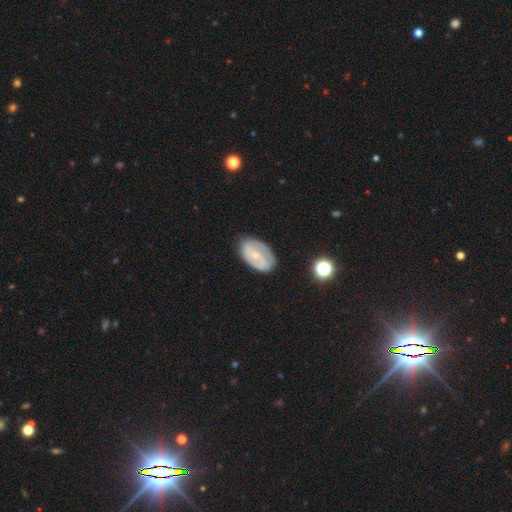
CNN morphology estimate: This appears to be a featured or disk galaxy (60%) with no bar (46%), spiral arms (62%) and a small central bulge (63%). Merging: none (72%).